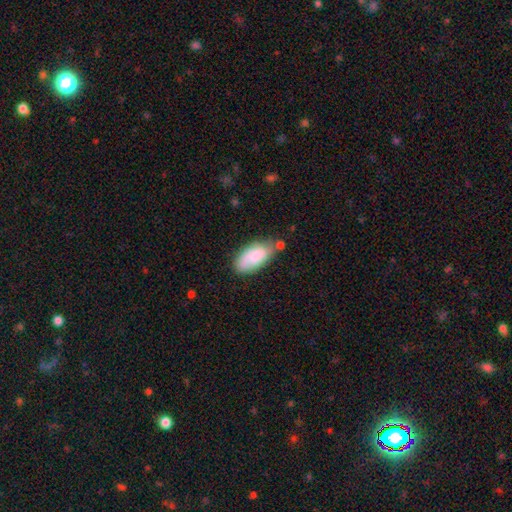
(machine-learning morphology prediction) Smooth or featured: smooth — 75% (featured or disk — 18%)
How rounded: in between — 92% (cigar-shaped — 5%)
Merging: none — 57% (minor disturbance — 27%)